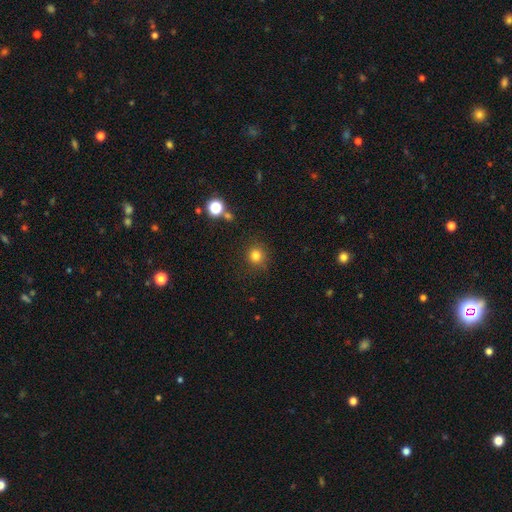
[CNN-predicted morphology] smooth 80%, star or artifact 14%, featured or disk 6%. Down the decision tree: how rounded — round (91%); merging — none (85%).